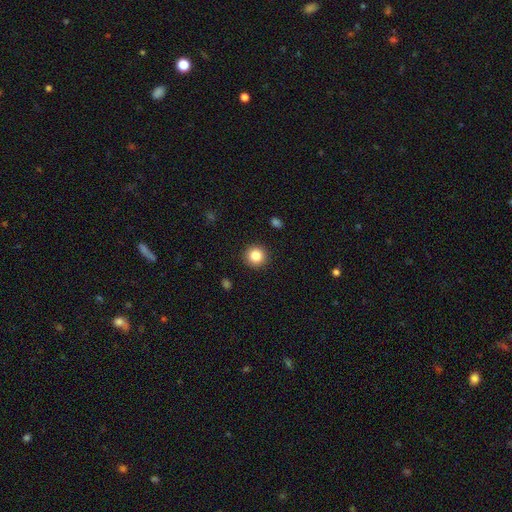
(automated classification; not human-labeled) Smooth or featured? Predicted: smooth (p=0.84). How rounded? Predicted: round (p=0.95). Merging? Predicted: none (p=0.92).